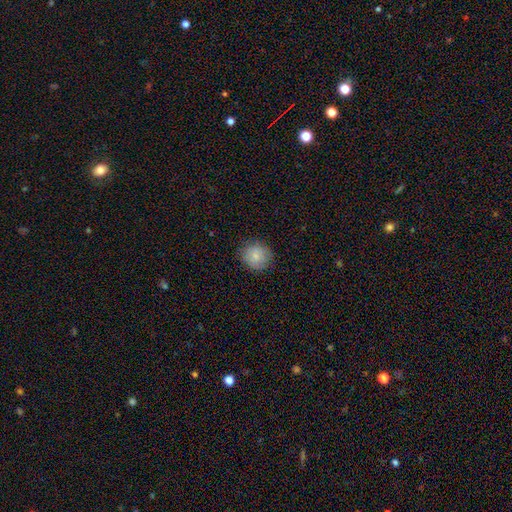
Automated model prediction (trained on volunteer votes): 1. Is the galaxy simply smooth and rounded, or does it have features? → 82% smooth, 10% featured or disk, 8% star or artifact.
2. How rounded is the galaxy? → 89% round, 10% in between, 1% cigar-shaped.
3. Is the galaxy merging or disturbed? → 84% none, 12% minor disturbance, 3% major disturbance, 1% merger.